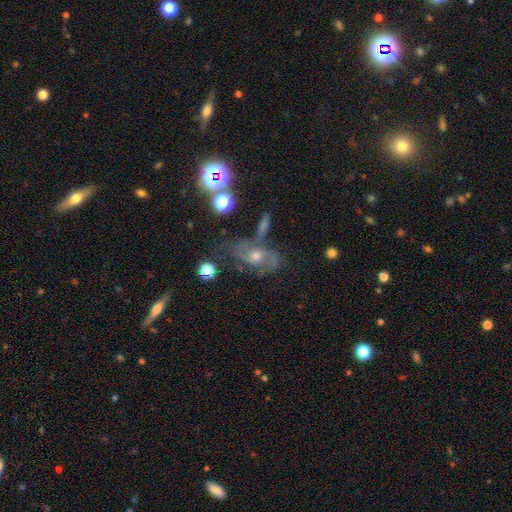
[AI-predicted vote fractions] This appears to be a featured or disk galaxy (60%) with no bar (67%), spiral arms (83%) and a moderate central bulge (59%). Merging: none (52%).